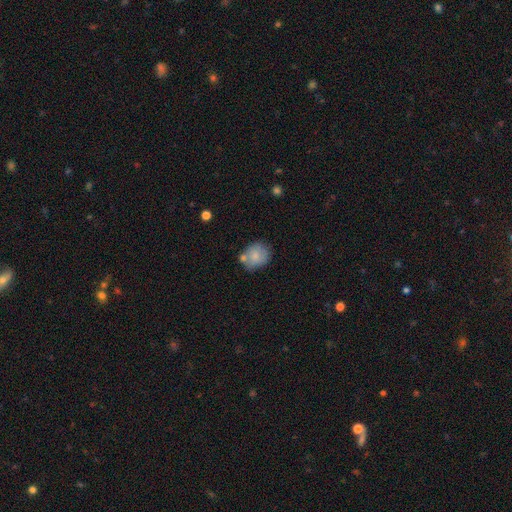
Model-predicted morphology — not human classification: smooth 77%, featured or disk 16%, star or artifact 8%. Down the decision tree: how rounded — round (66%); merging — none (59%).